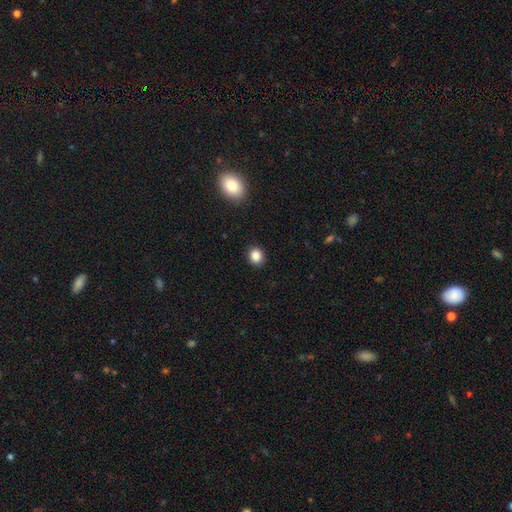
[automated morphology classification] Q: Smooth or featured?
A: smooth (86%); runner-up: star or artifact (10%)
Q: How rounded?
A: round (78%); runner-up: in between (21%)
Q: Merging?
A: none (91%); runner-up: minor disturbance (6%)